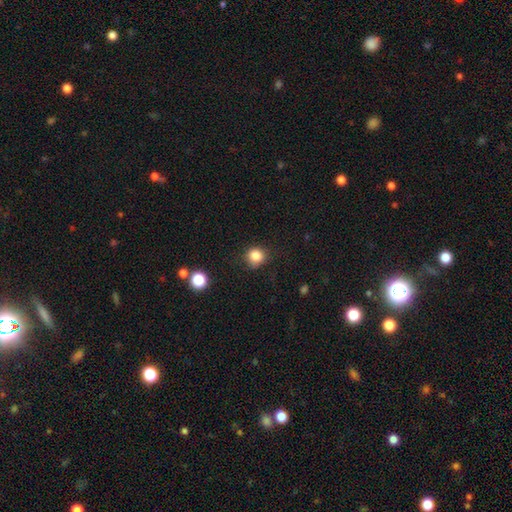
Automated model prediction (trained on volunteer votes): The model was most divided on "merging": none: 82%, minor disturbance: 13%, major disturbance: 3%, merger: 2%. More confident: how rounded — round (88%); smooth or featured — smooth (84%).